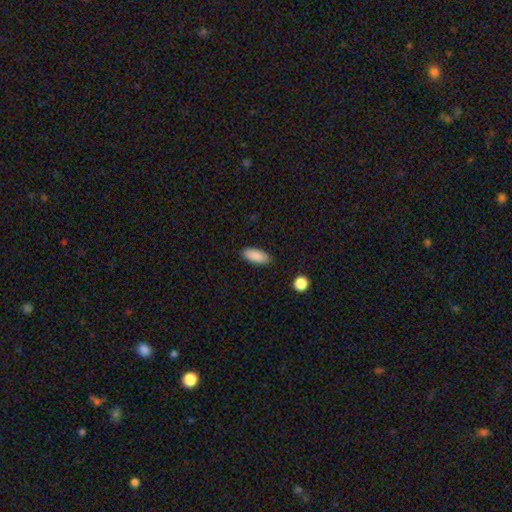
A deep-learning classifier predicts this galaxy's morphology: smooth 89%, star or artifact 7%, featured or disk 4%. Down the decision tree: how rounded — in between (83%); merging — none (88%).